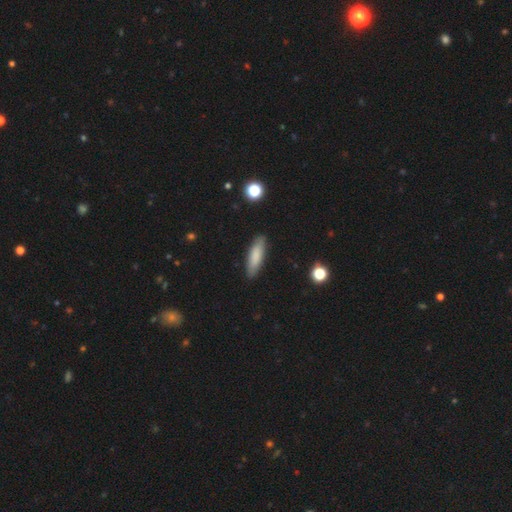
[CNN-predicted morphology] smooth 83%, featured or disk 11%, star or artifact 6%. Down the decision tree: how rounded — cigar-shaped (61%); merging — none (88%).